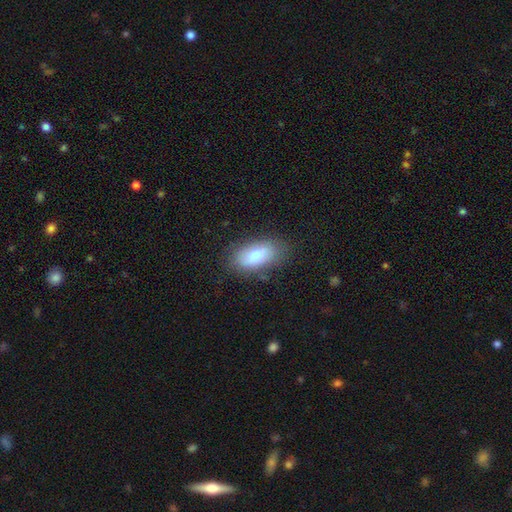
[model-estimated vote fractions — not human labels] smooth-or-featured: smooth: 82% | featured or disk: 11% | star or artifact: 7%
  how-rounded: in between: 89% | cigar-shaped: 8% | round: 3%
  merging: none: 75% | minor disturbance: 18% | major disturbance: 6% | merger: 2%